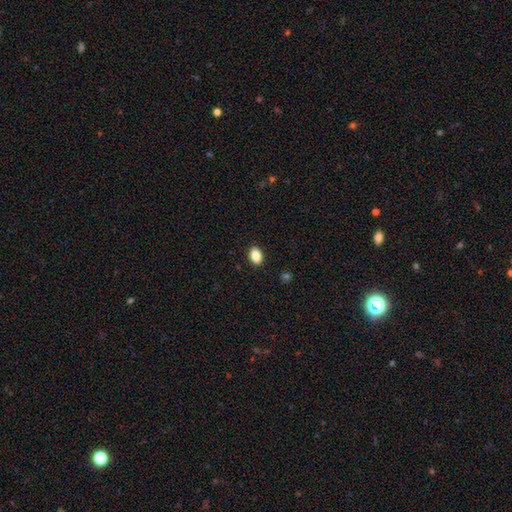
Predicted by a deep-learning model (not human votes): smooth_or_featured: smooth (p=0.85) [alt: star or artifact p=0.09]
how_rounded: in between (p=0.80) [alt: round p=0.19]
merging: none (p=0.90) [alt: minor disturbance p=0.07]